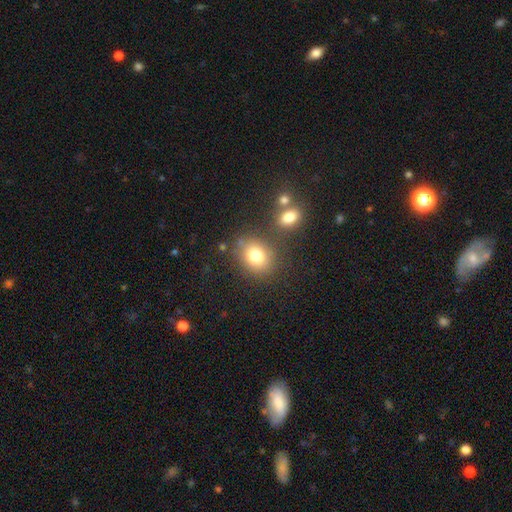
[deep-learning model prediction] The model was most divided on "how rounded": round: 56%, in between: 43%, cigar-shaped: 1%. More confident: smooth or featured — smooth (79%); merging — none (71%).